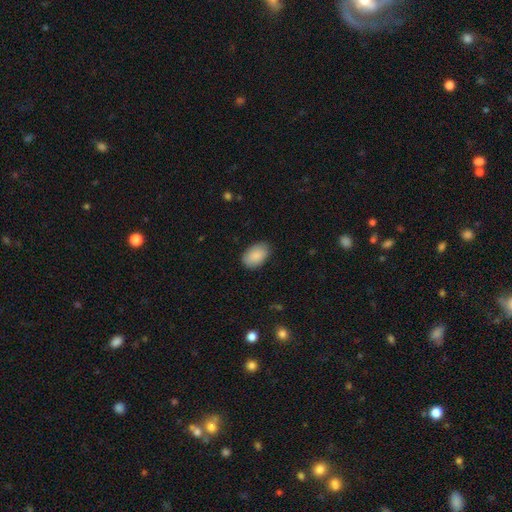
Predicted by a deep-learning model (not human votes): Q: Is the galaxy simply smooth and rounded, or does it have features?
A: smooth — 89%.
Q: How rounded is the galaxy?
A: in between — 92%.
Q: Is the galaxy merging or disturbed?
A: none — 83%.